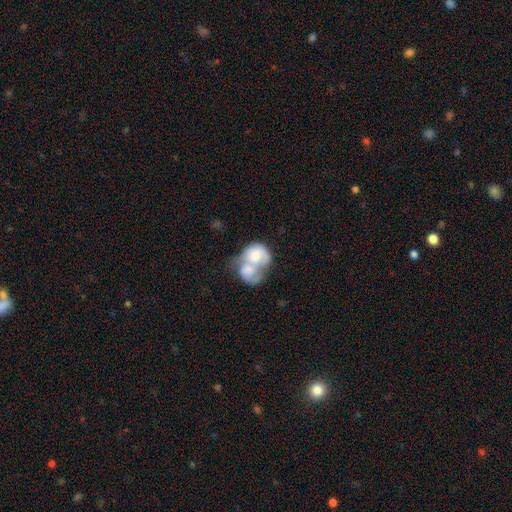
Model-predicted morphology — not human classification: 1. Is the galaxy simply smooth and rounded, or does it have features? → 55% smooth, 39% featured or disk, 6% star or artifact.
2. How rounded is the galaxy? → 51% round, 48% in between, 1% cigar-shaped.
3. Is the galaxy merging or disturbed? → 80% merger, 8% major disturbance, 7% none, 5% minor disturbance.